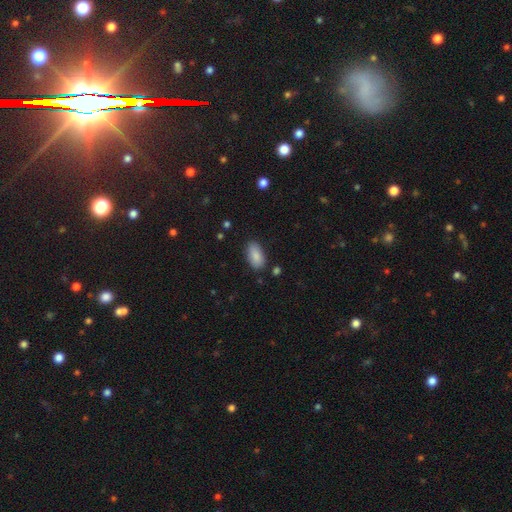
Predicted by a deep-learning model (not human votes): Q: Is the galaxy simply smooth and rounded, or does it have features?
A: smooth — 87%.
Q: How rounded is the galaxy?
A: in between — 92%.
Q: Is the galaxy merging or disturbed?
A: none — 81%.